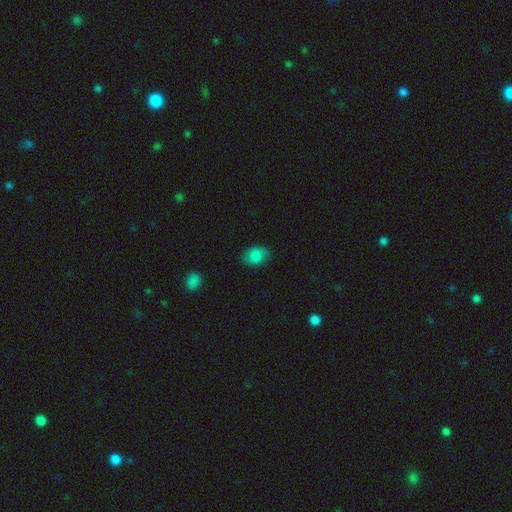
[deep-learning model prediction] Q: Smooth or featured?
A: smooth (83%); runner-up: star or artifact (9%)
Q: How rounded?
A: in between (75%); runner-up: round (24%)
Q: Merging?
A: none (79%); runner-up: minor disturbance (17%)